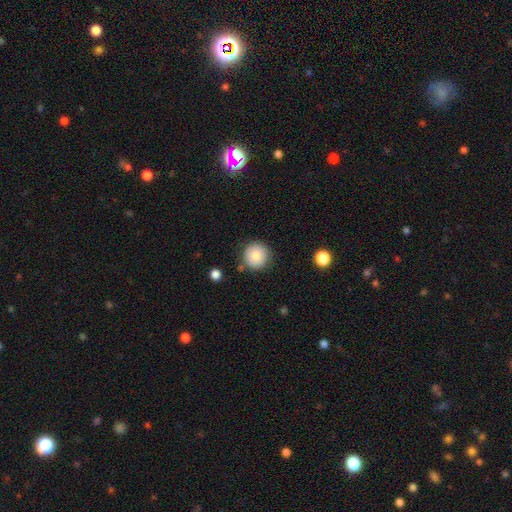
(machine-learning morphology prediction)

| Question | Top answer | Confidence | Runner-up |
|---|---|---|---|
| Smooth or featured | smooth | 77% | featured or disk (14%) |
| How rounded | round | 95% | in between (4%) |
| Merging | none | 85% | minor disturbance (10%) |